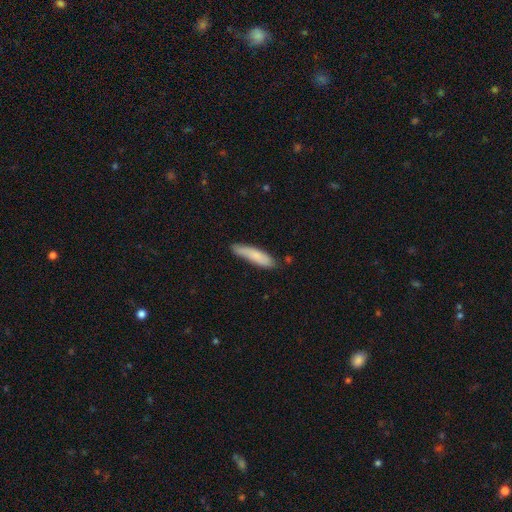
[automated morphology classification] Q: Smooth or featured?
A: smooth (78%); runner-up: featured or disk (17%)
Q: How rounded?
A: cigar-shaped (79%); runner-up: in between (20%)
Q: Merging?
A: none (74%); runner-up: minor disturbance (21%)